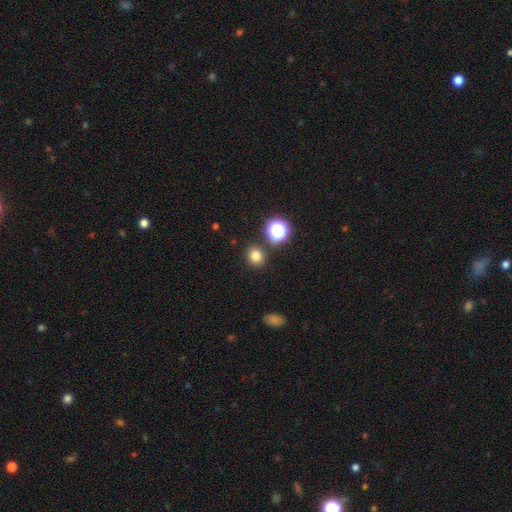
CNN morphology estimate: Q: Smooth or featured?
A: smooth (78%); runner-up: star or artifact (16%)
Q: How rounded?
A: round (83%); runner-up: in between (16%)
Q: Merging?
A: none (86%); runner-up: minor disturbance (7%)